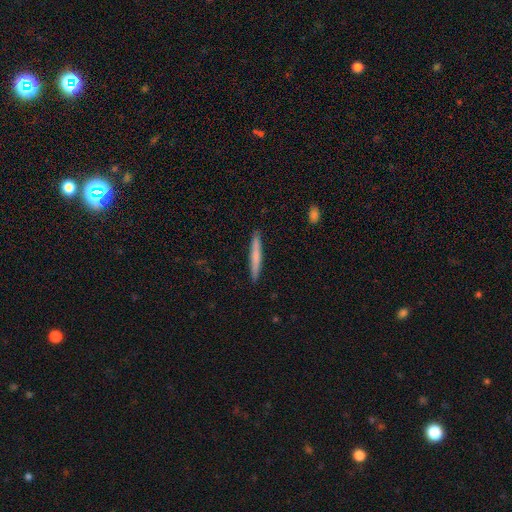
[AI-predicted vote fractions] A smooth galaxy with no disk features (68%) that is cigar-shaped (96%). Merging: none (91%).